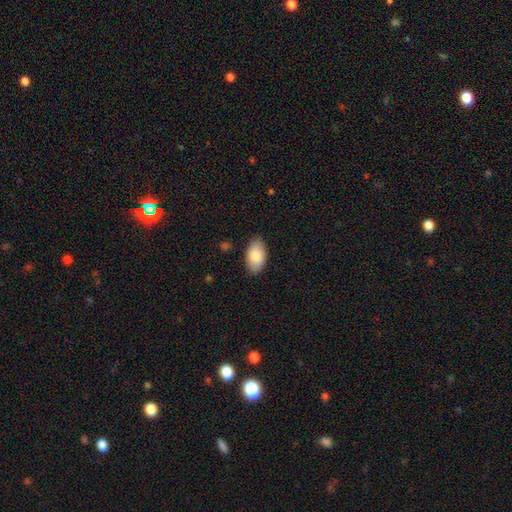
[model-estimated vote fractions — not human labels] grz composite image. It shows a smooth galaxy with no disk features (86%) that is in between round and cigar-shaped (94%). Merging: none (86%).